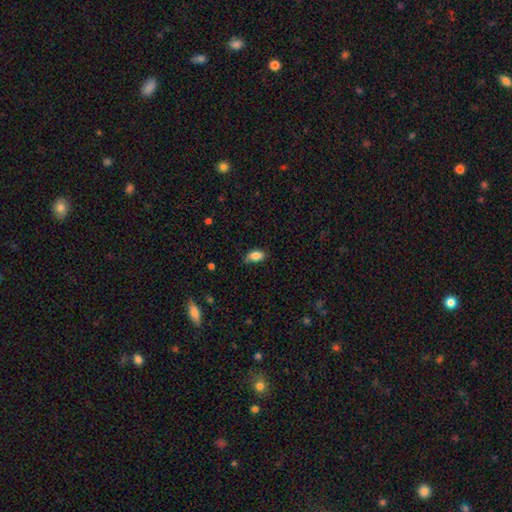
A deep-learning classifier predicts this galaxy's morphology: This appears to be a smooth galaxy with no disk features (83%) that is in between round and cigar-shaped (90%). Merging: none (62%).